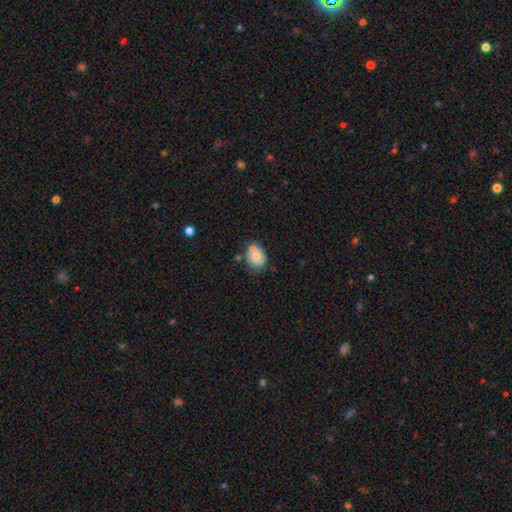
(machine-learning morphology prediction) Smooth or featured?
  - smooth: 66% *
  - featured or disk: 25%
  - star or artifact: 8%
How rounded?
  - in between: 52% *
  - round: 47%
  - cigar-shaped: 1%
Merging?
  - none: 57% *
  - minor disturbance: 23%
  - merger: 15%
  - major disturbance: 6%